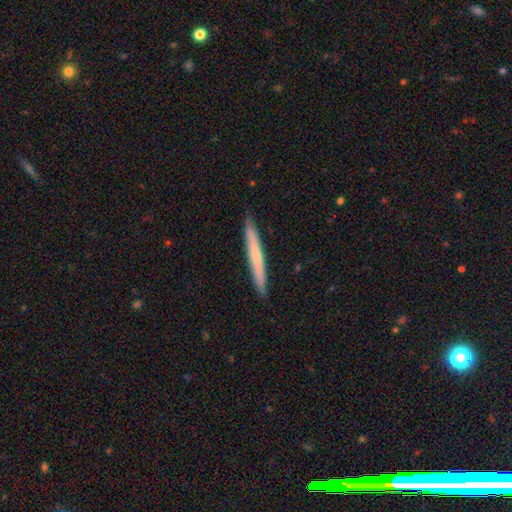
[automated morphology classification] Smooth or featured? smooth (57%)
How rounded? cigar-shaped (97%)
Merging? none (91%)